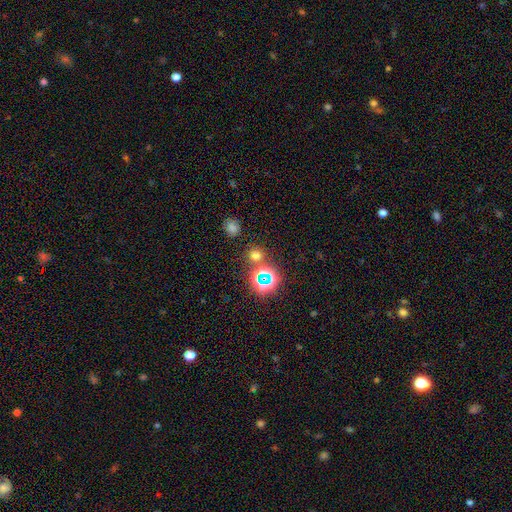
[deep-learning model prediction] Overall: smooth (60%; star or artifact 34%). How rounded: round (87%). Merging: none (79%).